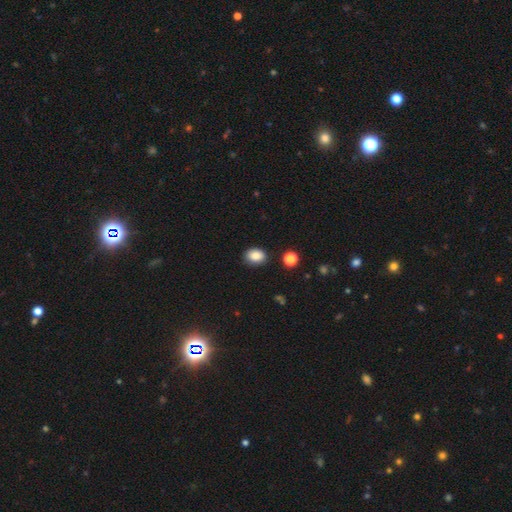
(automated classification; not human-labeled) Overall: smooth (86%). How rounded: in between (66%; round 33%). Merging: none (85%).